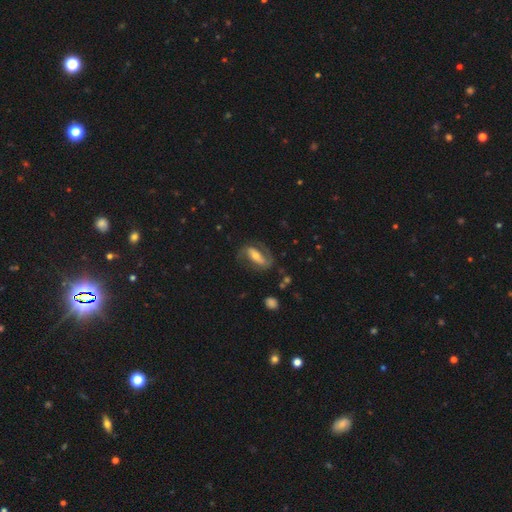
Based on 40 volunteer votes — Morphology: type=featured or disk (85%); edge-on=no (97%); bar=strong (67%); spiral arms=yes (79%); winding=medium (42%); arm count=2 (85%); bulge=moderate (55%); merging=none (68%).